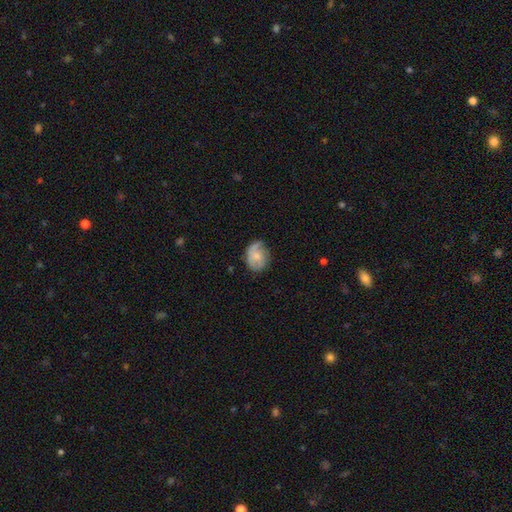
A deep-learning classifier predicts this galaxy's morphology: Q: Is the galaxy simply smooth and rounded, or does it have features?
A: smooth — 53%.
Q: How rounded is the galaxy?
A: in between — 53%.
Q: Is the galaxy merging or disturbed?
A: none — 57%.